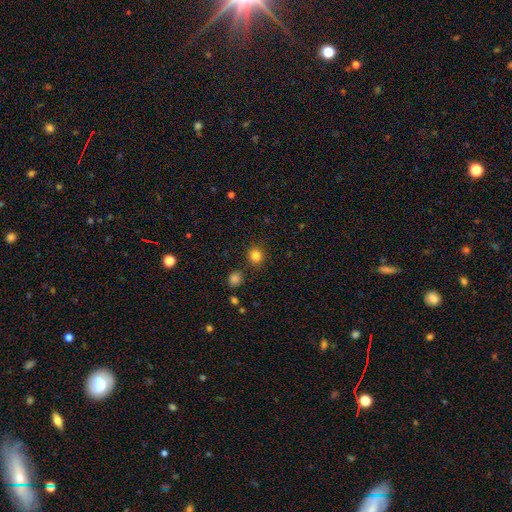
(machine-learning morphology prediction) type=smooth (83%); roundness=round (86%); merging=none (88%).